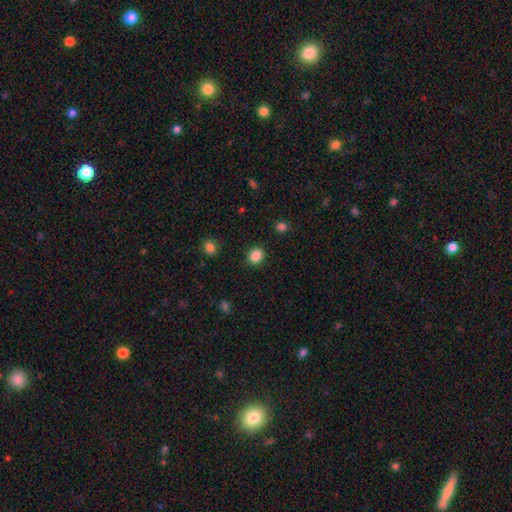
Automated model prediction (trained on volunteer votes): Smooth or featured? smooth (86%)
How rounded? round (64%)
Merging? none (89%)